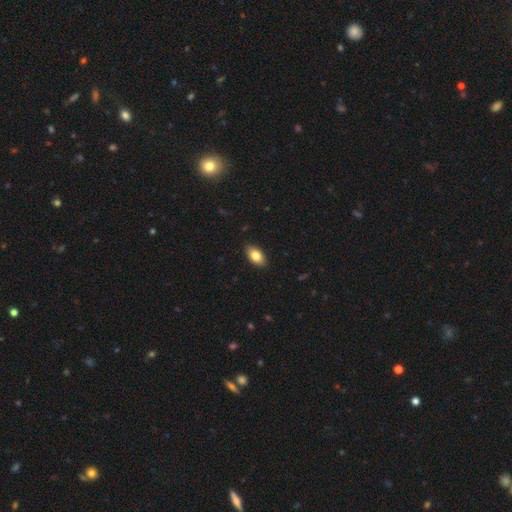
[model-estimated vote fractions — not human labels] This appears to be a smooth galaxy with no disk features (82%) that is in between round and cigar-shaped (92%). Merging: none (88%).